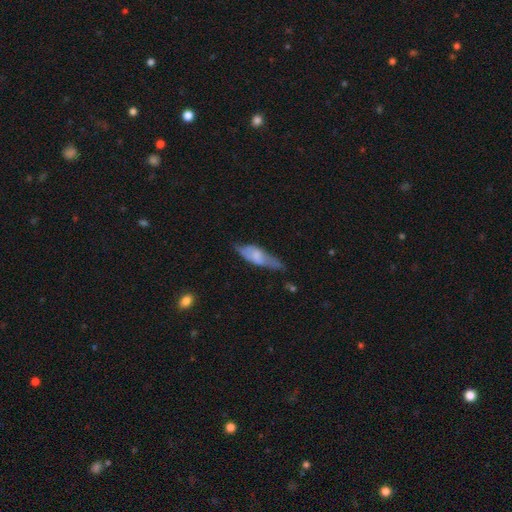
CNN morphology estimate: Q: Smooth or featured?
A: smooth (49%); runner-up: featured or disk (44%)
Q: Merging?
A: none (47%); runner-up: minor disturbance (33%)